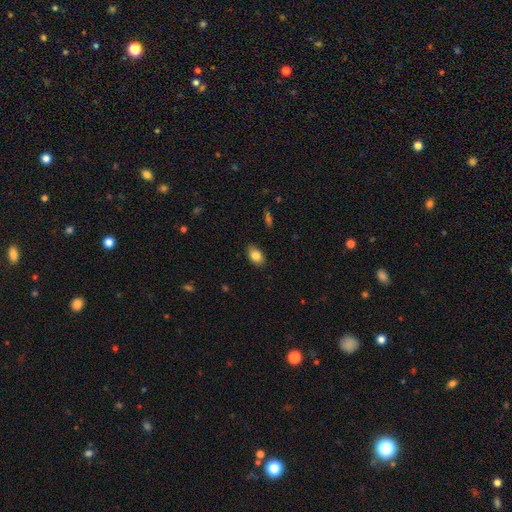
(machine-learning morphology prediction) smooth 84%, star or artifact 8%, featured or disk 8%. Down the decision tree: how rounded — in between (85%); merging — none (87%).